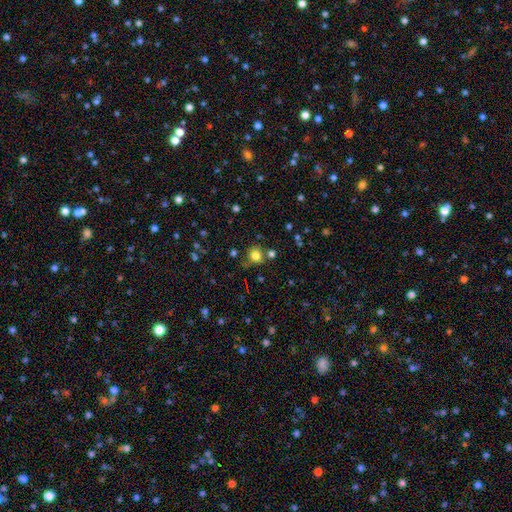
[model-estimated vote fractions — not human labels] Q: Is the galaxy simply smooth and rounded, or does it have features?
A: smooth — 80%.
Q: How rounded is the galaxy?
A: round — 88%.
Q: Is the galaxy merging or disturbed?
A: none — 73%.